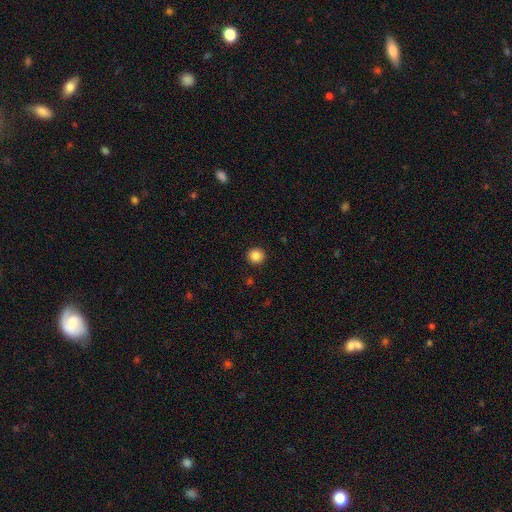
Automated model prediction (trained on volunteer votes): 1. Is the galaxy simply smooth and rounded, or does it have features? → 85% smooth, 10% star or artifact, 5% featured or disk.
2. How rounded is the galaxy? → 94% round, 5% in between, 1% cigar-shaped.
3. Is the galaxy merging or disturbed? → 93% none, 5% minor disturbance, 2% major disturbance, 1% merger.